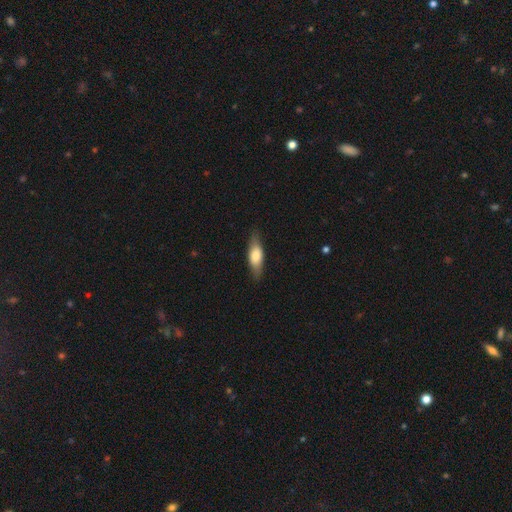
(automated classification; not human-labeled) Overall: smooth (66%; featured or disk 28%). How rounded: in between (59%; cigar-shaped 39%). Merging: none (83%).